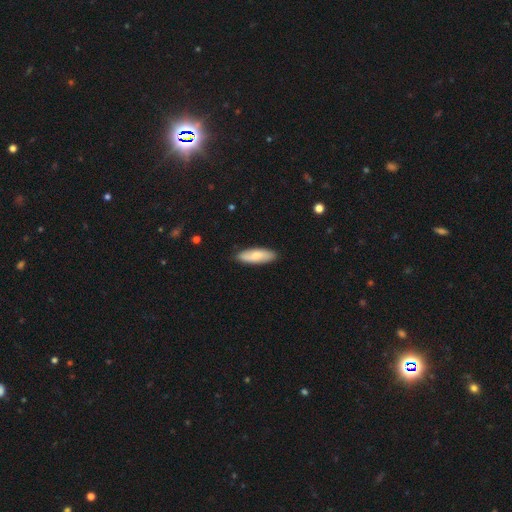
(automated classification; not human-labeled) Smooth or featured?
  - smooth: 73% *
  - featured or disk: 22%
  - star or artifact: 5%
How rounded?
  - in between: 58% *
  - cigar-shaped: 40%
  - round: 2%
Merging?
  - none: 87% *
  - minor disturbance: 10%
  - major disturbance: 2%
  - merger: 1%